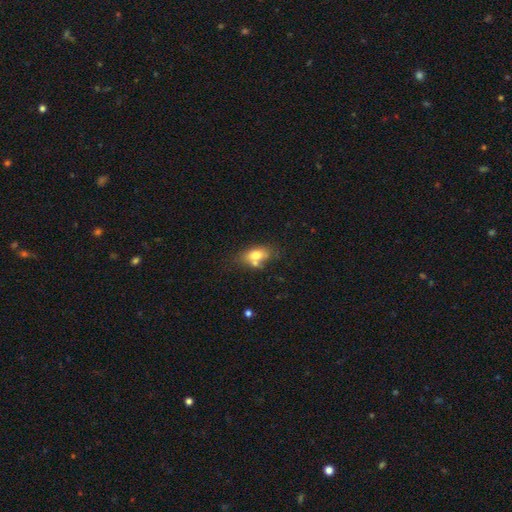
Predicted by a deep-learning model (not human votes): Smooth or featured: smooth — 72% (featured or disk — 18%)
How rounded: in between — 82% (round — 13%)
Merging: none — 51% (merger — 25%)